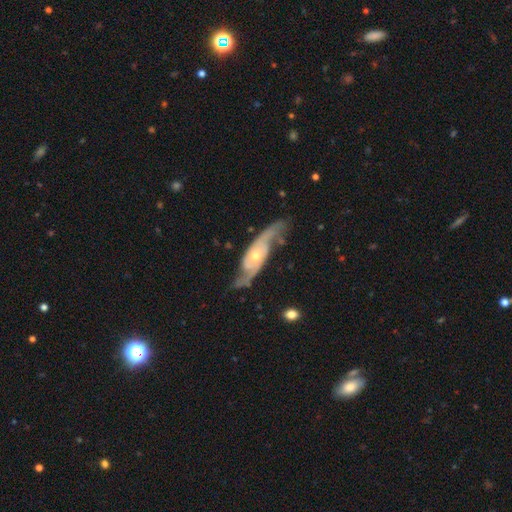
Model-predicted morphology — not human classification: Overall: featured or disk (88%). Edge-on disk: no (87%). Bar: no (68%). Spiral arms: yes (96%). Spiral arm count: 2 (88%). Spiral winding: medium (43%; loose 36%). Bulge size: small (54%; moderate 42%). Merging: none (70%).